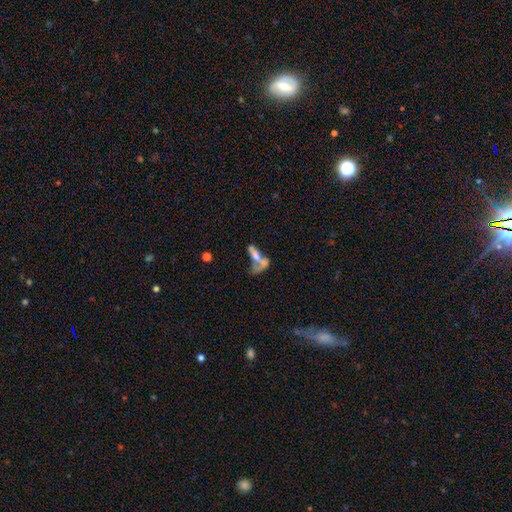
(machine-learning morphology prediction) Overall: smooth (46%; featured or disk 41%). Merging: merger (54%; major disturbance 19%).